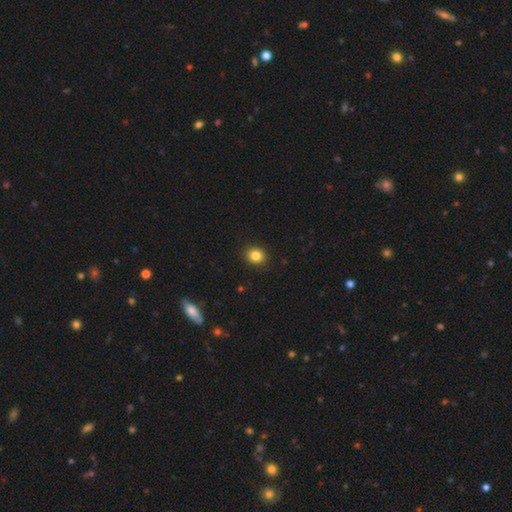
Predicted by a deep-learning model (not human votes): This is clearly a smooth galaxy (84%). How rounded: likely round (72%). Merging: clearly none (91%).